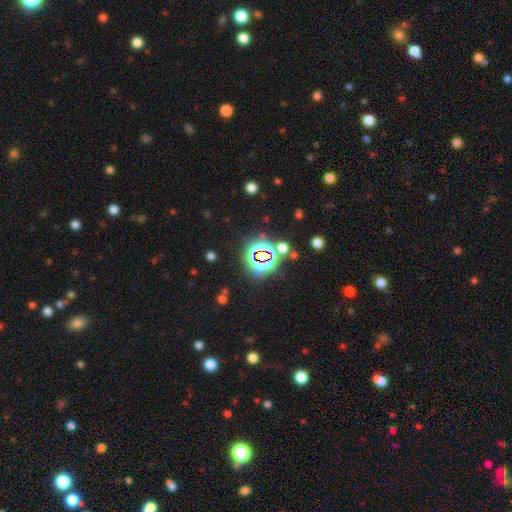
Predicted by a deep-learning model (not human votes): Smooth or featured? Predicted: star or artifact (p=0.76).